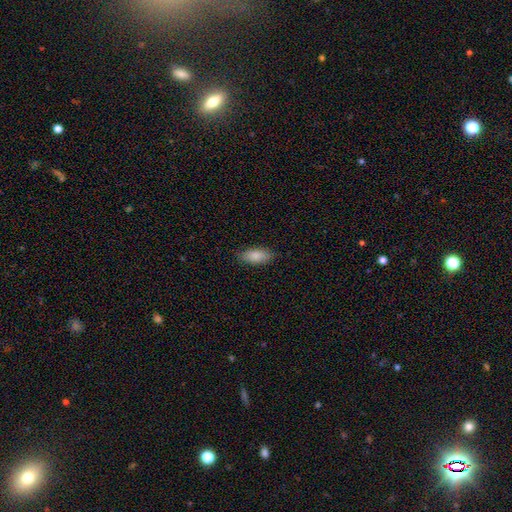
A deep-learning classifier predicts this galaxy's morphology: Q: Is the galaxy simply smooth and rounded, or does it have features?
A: smooth — 85%.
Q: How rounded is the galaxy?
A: in between — 88%.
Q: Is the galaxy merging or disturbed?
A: none — 84%.